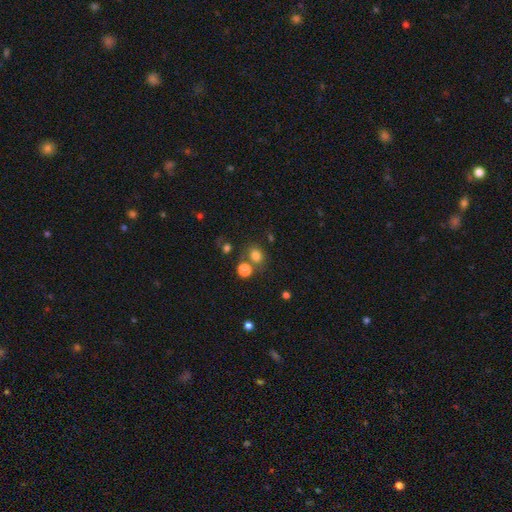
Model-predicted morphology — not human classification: Smooth or featured?
  - smooth: 78% *
  - star or artifact: 16%
  - featured or disk: 6%
How rounded?
  - round: 68% *
  - in between: 32%
  - cigar-shaped: 1%
Merging?
  - none: 68% *
  - merger: 17%
  - minor disturbance: 11%
  - major disturbance: 5%